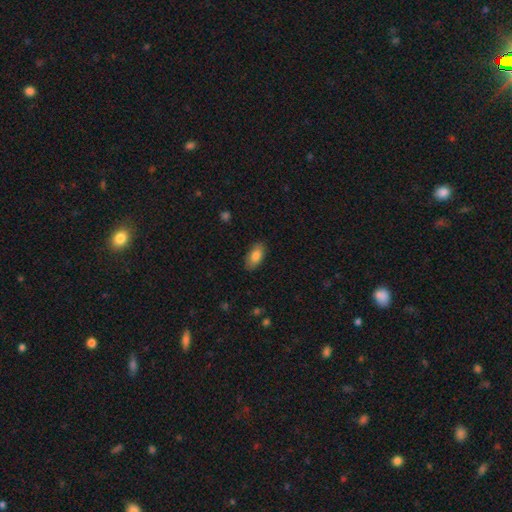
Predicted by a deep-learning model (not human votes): Q: Smooth or featured?
A: smooth (84%); runner-up: featured or disk (9%)
Q: How rounded?
A: in between (92%); runner-up: cigar-shaped (5%)
Q: Merging?
A: none (86%); runner-up: minor disturbance (10%)